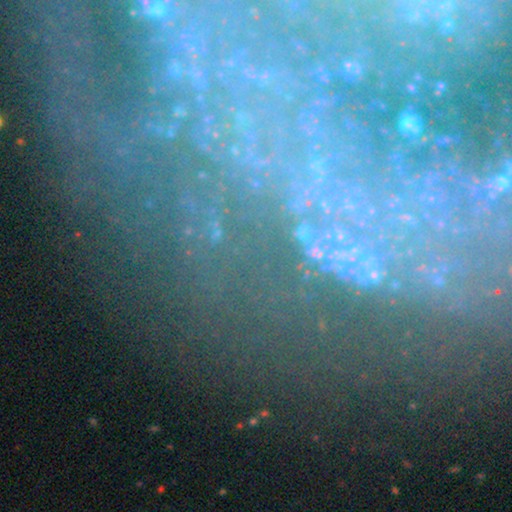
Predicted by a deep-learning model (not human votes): star or artifact 53%, featured or disk 32%, smooth 15%.